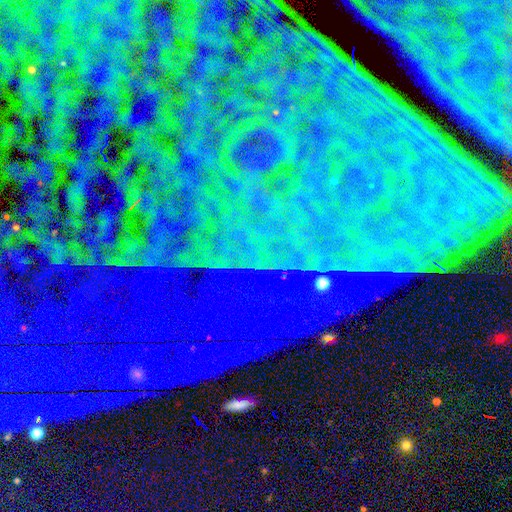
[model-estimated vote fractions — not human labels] Smooth or featured: star or artifact — 87% (featured or disk — 7%)